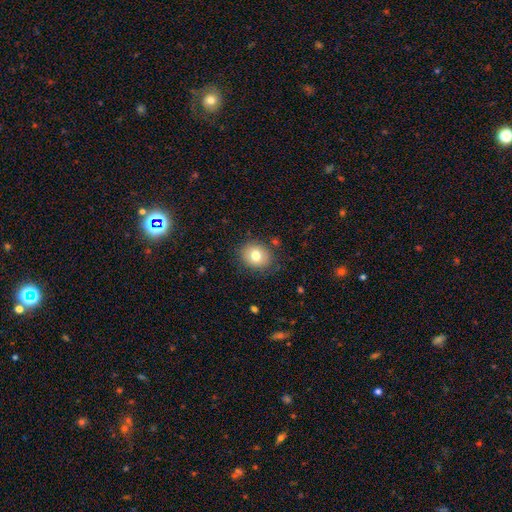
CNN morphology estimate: Smooth or featured: smooth — 76% (featured or disk — 14%)
How rounded: round — 67% (in between — 32%)
Merging: none — 84% (minor disturbance — 11%)